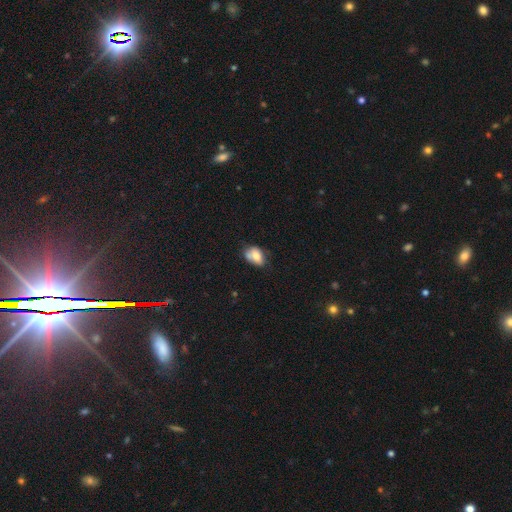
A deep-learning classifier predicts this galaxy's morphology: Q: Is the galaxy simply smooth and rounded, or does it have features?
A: smooth — 71%.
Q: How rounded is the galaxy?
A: in between — 79%.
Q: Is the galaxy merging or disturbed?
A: none — 39%.